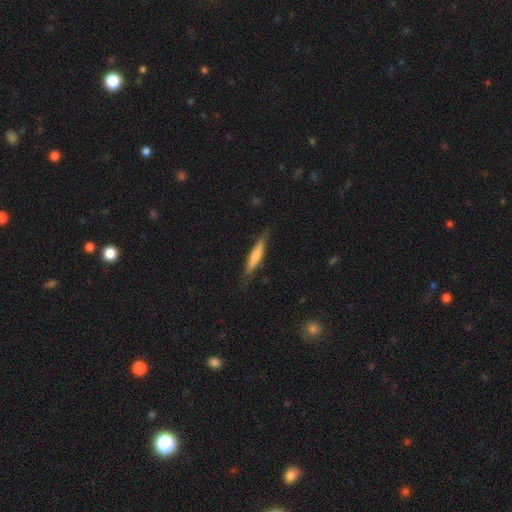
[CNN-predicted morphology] Overall: smooth (62%; featured or disk 33%). How rounded: cigar-shaped (88%). Merging: none (80%).